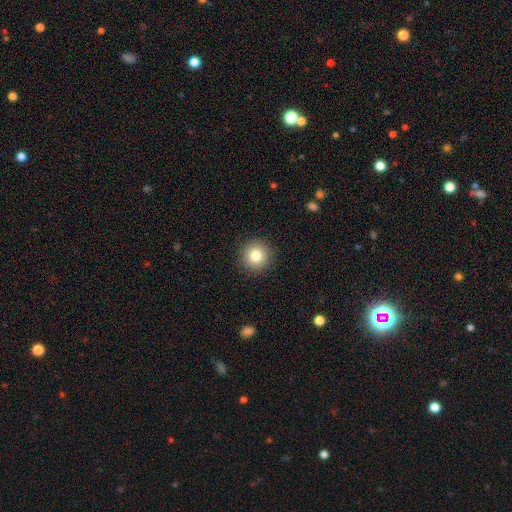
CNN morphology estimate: Smooth or featured? smooth (81%)
How rounded? round (94%)
Merging? none (91%)